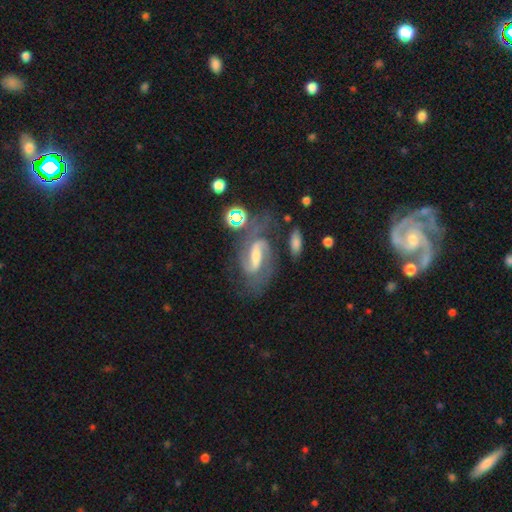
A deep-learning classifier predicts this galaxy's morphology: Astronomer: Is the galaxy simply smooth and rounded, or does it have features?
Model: featured or disk — 84%.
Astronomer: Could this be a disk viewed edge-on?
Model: no — 95%.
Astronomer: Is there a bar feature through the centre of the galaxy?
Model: weak — 44% (runner-up: strong, 43%).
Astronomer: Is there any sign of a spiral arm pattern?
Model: yes — 95%.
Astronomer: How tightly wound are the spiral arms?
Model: medium — 53%.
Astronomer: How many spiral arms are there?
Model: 2 — 86%.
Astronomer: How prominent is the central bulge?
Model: small — 39%, tied with moderate at 39%.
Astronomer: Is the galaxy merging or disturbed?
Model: none — 59%.